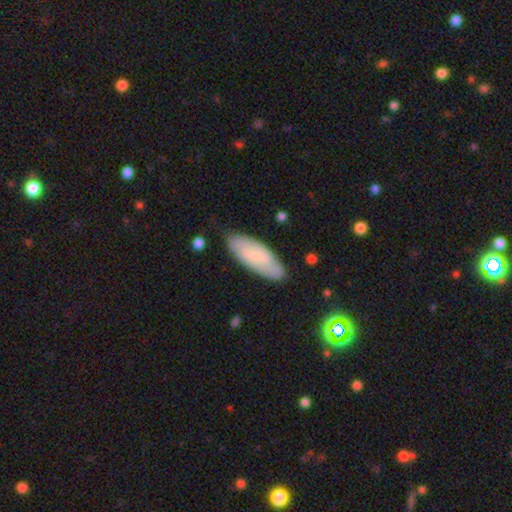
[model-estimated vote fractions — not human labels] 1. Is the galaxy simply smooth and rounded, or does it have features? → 63% smooth, 30% featured or disk, 7% star or artifact.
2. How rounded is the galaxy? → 68% in between, 30% cigar-shaped, 2% round.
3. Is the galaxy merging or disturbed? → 82% none, 14% minor disturbance, 3% major disturbance, 2% merger.